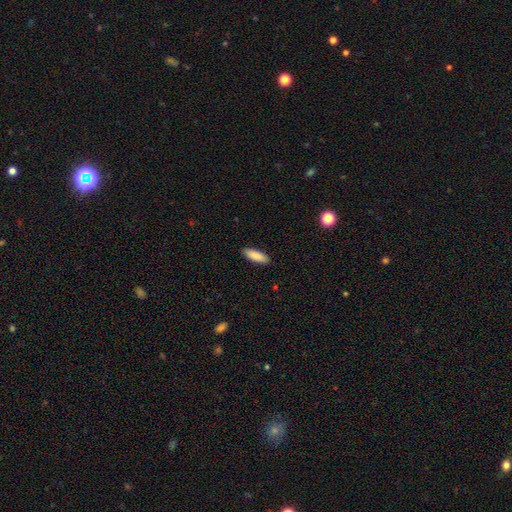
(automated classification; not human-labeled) The model was most divided on "how rounded": in between: 57%, cigar-shaped: 41%, round: 2%. More confident: merging — none (89%); smooth or featured — smooth (88%).